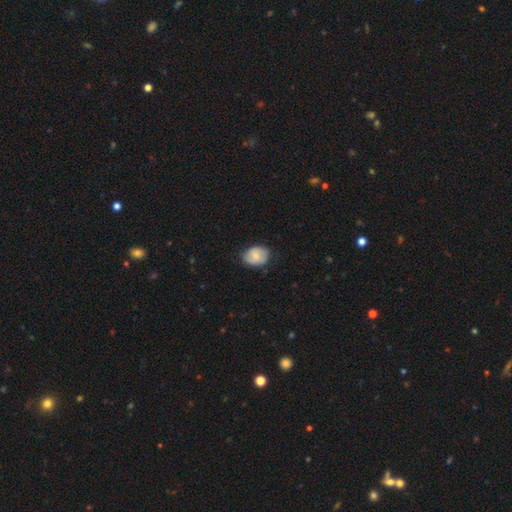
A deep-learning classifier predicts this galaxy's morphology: A smooth galaxy with no disk features (66%) that is in between round and cigar-shaped (66%). Merging: none (74%).